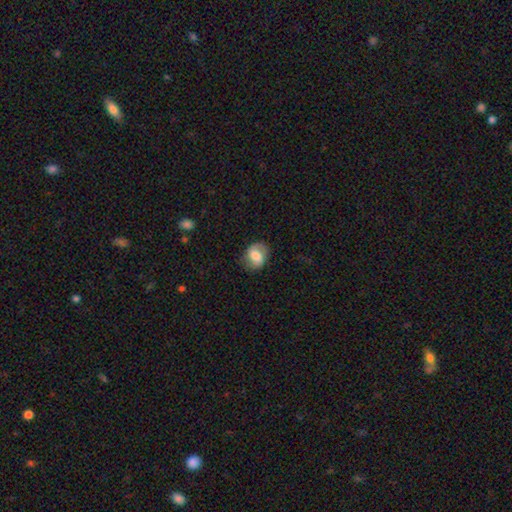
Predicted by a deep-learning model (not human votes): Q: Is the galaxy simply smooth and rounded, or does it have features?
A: smooth — 50%.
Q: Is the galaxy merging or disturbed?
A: none — 78%.